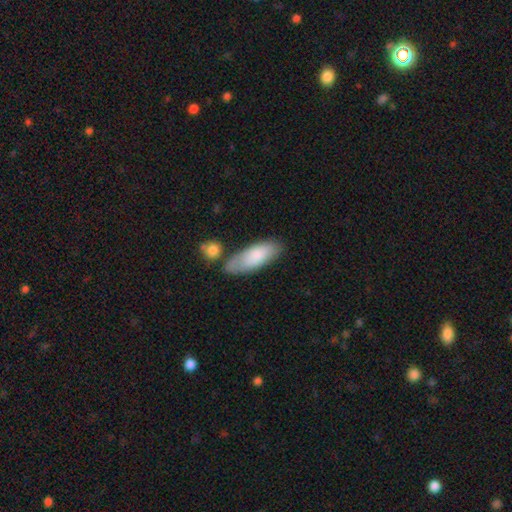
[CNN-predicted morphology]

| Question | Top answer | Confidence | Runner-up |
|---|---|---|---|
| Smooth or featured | smooth | 80% | featured or disk (14%) |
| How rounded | in between | 73% | cigar-shaped (25%) |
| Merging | none | 64% | minor disturbance (19%) |